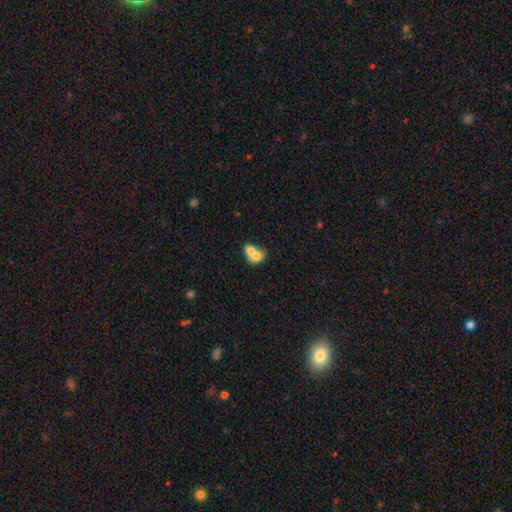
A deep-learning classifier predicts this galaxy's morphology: smooth-or-featured: smooth: 69% | featured or disk: 23% | star or artifact: 8%
  how-rounded: in between: 54% | round: 45% | cigar-shaped: 1%
  merging: merger: 76% | none: 16% | minor disturbance: 5% | major disturbance: 3%